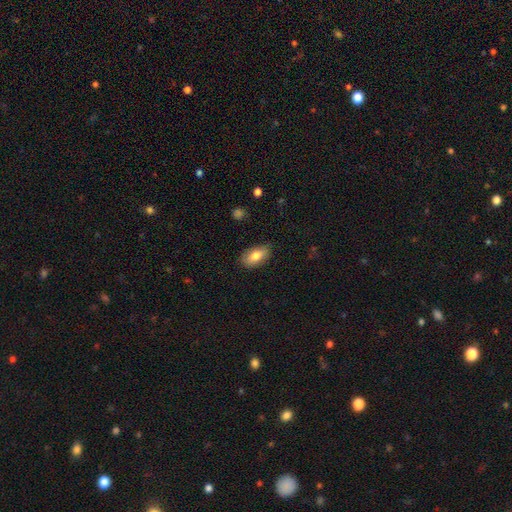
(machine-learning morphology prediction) Q: Smooth or featured?
A: smooth (79%); runner-up: featured or disk (14%)
Q: How rounded?
A: in between (91%); runner-up: round (4%)
Q: Merging?
A: none (81%); runner-up: minor disturbance (16%)